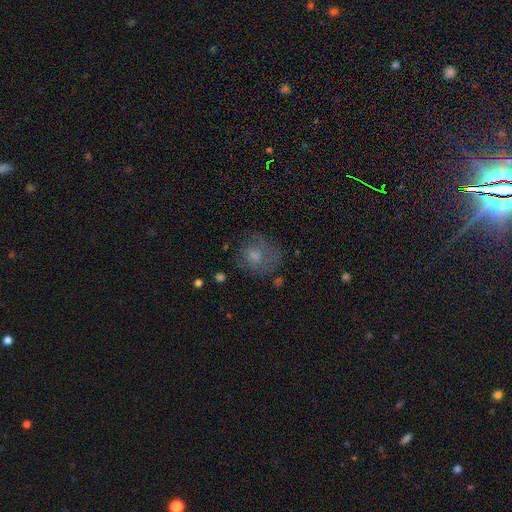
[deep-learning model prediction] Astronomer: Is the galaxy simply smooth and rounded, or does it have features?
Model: smooth — 61%.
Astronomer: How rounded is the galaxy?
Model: round — 73%.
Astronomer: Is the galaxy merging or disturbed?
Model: none — 51%.